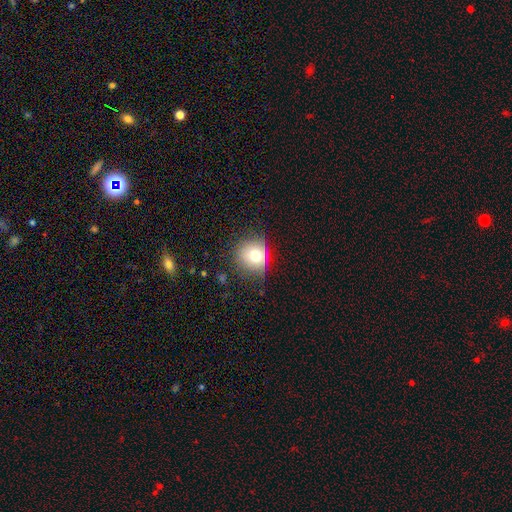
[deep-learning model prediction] smooth-or-featured: smooth: 71% | star or artifact: 15% | featured or disk: 14%
  how-rounded: round: 84% | in between: 15% | cigar-shaped: 1%
  merging: none: 75% | minor disturbance: 18% | major disturbance: 6% | merger: 2%